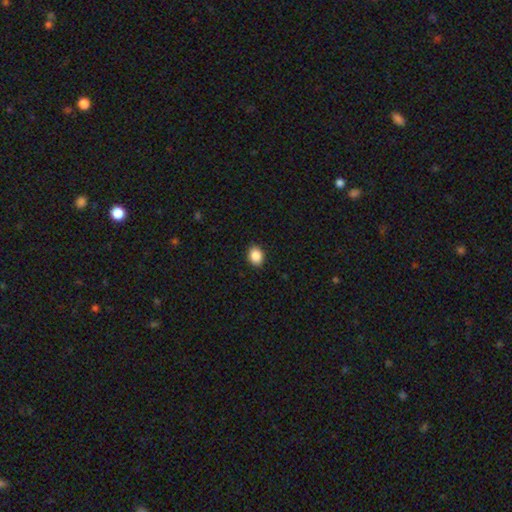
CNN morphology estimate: smooth 89%, star or artifact 8%, featured or disk 3%. Down the decision tree: how rounded — in between (59%); merging — none (90%).